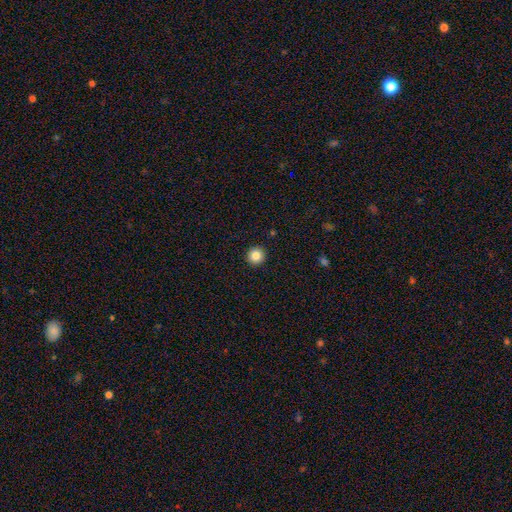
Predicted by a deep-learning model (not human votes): The model was most divided on "smooth or featured": smooth: 85%, star or artifact: 10%, featured or disk: 5%. More confident: how rounded — round (96%); merging — none (93%).